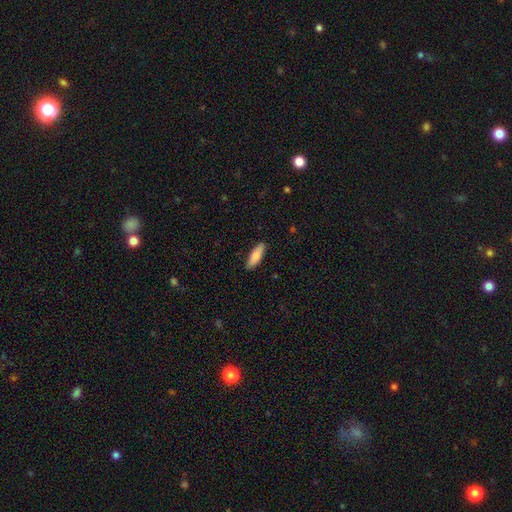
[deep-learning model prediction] smooth-or-featured: smooth: 82% | featured or disk: 12% | star or artifact: 6%
  how-rounded: in between: 49% (tied) | cigar-shaped: 49% (tied) | round: 2%
  merging: none: 87% | minor disturbance: 10% | major disturbance: 2% | merger: 1%